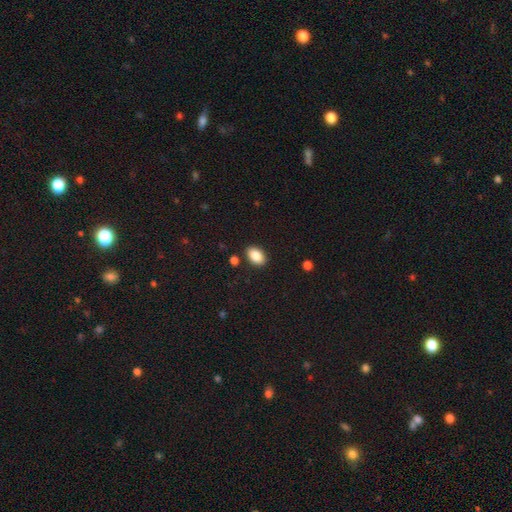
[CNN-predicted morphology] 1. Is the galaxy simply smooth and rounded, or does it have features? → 87% smooth, 7% star or artifact, 5% featured or disk.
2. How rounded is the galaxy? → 90% in between, 9% round, 1% cigar-shaped.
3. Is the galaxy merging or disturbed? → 88% none, 8% minor disturbance, 2% merger, 2% major disturbance.